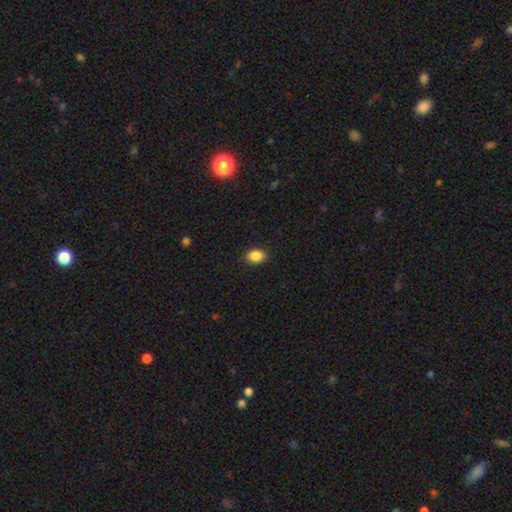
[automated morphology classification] Smooth or featured: smooth — 88% (star or artifact — 8%)
How rounded: in between — 76% (round — 22%)
Merging: none — 88% (minor disturbance — 9%)